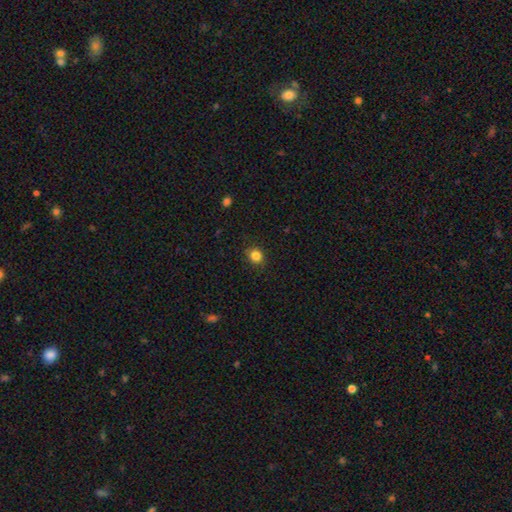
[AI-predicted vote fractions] Overall: smooth (84%). How rounded: round (80%). Merging: none (87%).